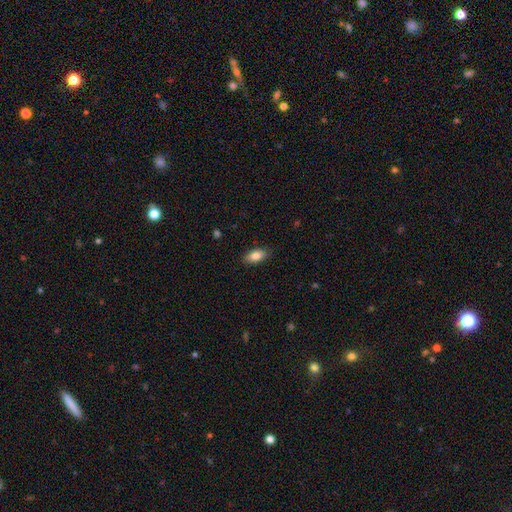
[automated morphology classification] Overall: smooth (83%). How rounded: in between (89%). Merging: none (86%).